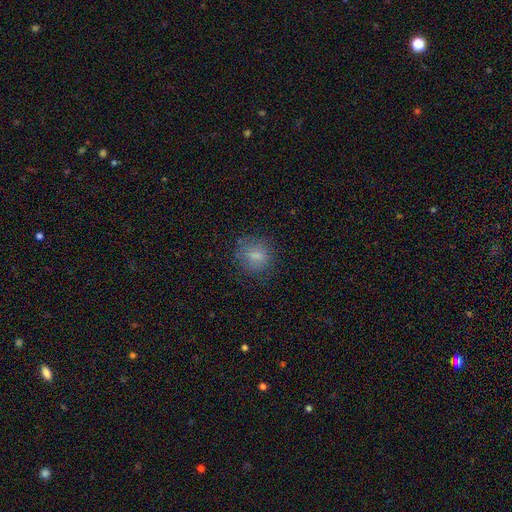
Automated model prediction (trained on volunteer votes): Smooth or featured? smooth (77%)
How rounded? round (77%)
Merging? none (78%)